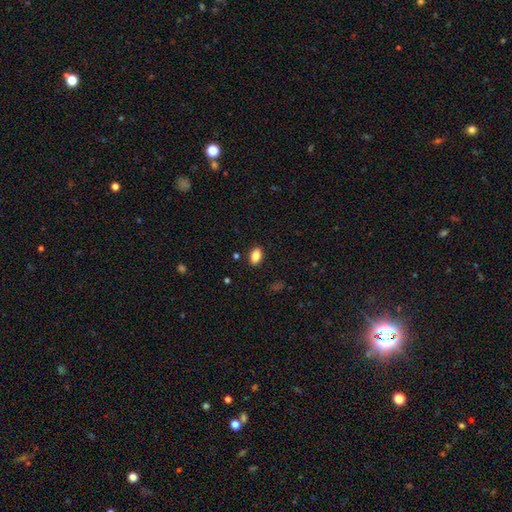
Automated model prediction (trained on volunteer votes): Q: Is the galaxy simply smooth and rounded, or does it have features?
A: smooth — 86%.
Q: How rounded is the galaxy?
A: in between — 89%.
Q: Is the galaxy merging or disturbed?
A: none — 88%.